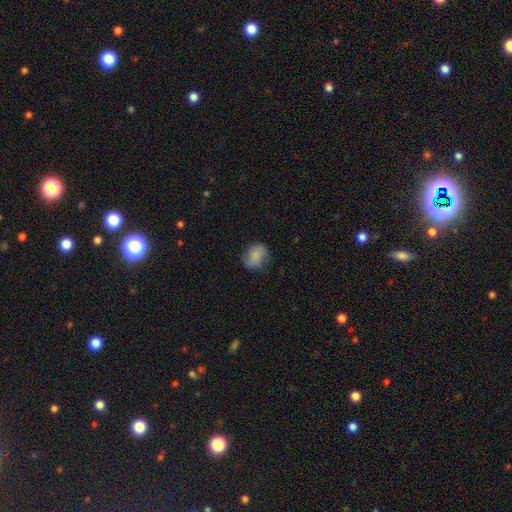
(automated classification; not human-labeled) Overall: smooth (79%). How rounded: in between (55%; round 44%). Merging: none (76%).